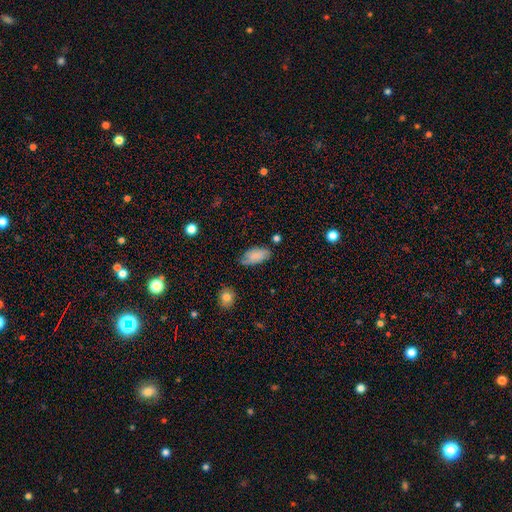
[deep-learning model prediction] A smooth galaxy with no disk features (76%) that is in between round and cigar-shaped (92%).

Vote fractions:
- Smooth or featured? smooth: 76% / featured or disk: 15% / star or artifact: 8%
- How rounded? in between: 92% / cigar-shaped: 6% / round: 3%
- Merging? none: 66% / minor disturbance: 25% / major disturbance: 6% / merger: 3%